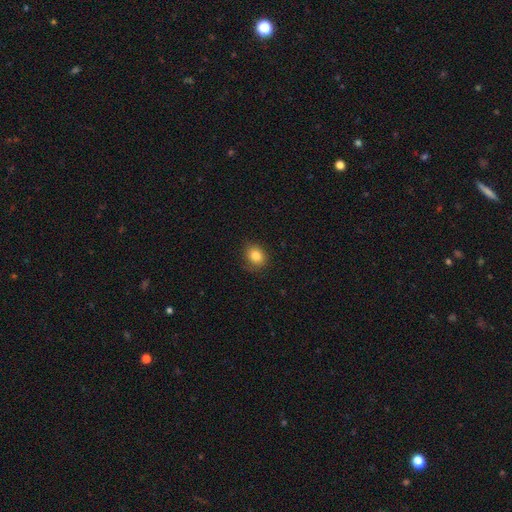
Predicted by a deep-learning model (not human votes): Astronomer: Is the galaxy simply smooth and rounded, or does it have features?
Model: smooth — 84%.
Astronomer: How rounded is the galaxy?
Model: in between — 50% (runner-up: round, 49%).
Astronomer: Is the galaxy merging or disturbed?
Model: none — 81%.